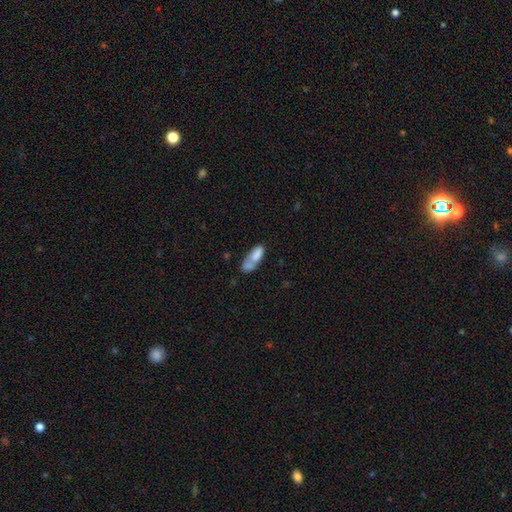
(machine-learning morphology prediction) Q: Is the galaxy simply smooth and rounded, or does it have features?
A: smooth — 72%.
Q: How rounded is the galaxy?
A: in between — 76%.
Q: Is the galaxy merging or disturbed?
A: merger — 43%.